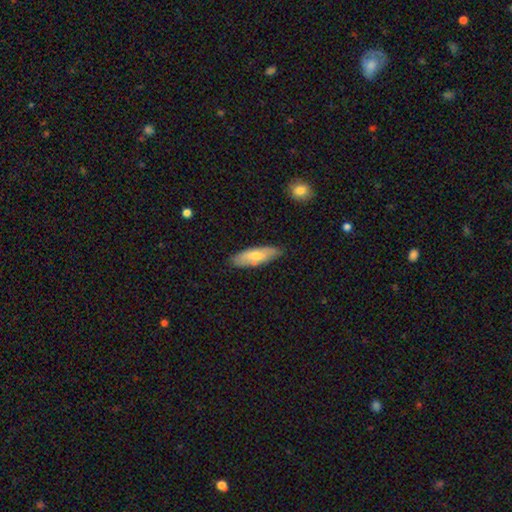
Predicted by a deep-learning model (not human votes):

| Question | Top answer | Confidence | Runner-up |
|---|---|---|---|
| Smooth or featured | smooth | 66% | featured or disk (28%) |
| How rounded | in between | 58% | cigar-shaped (40%) |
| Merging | none | 77% | minor disturbance (18%) |